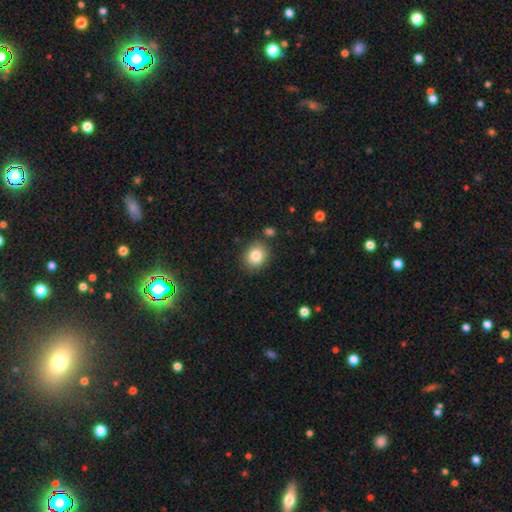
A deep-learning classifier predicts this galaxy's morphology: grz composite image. It shows a smooth galaxy with no disk features (83%) that is round (69%). Merging: none (83%).